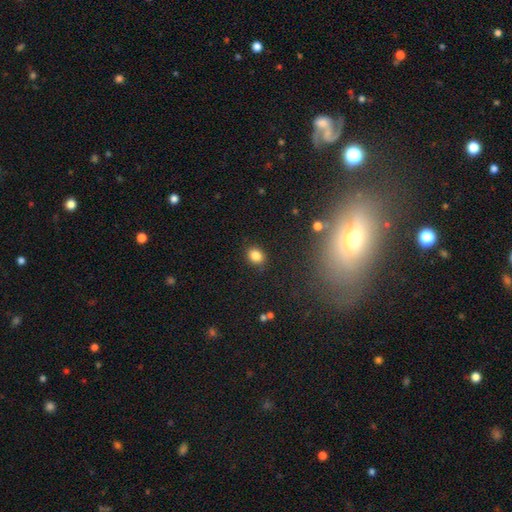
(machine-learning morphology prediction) A smooth galaxy with no disk features (84%) that is round (57%). Merging: none (86%).